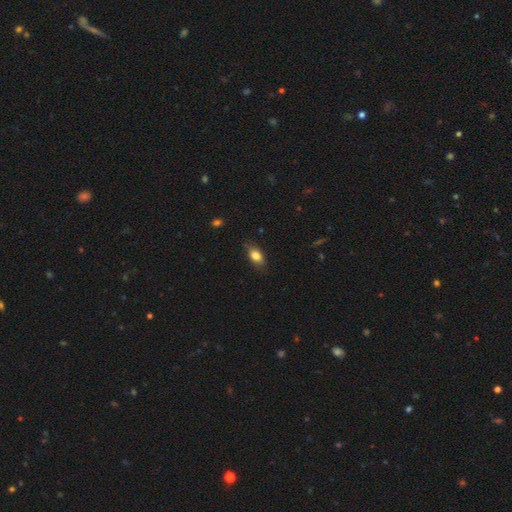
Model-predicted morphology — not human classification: Smooth or featured? smooth (81%)
How rounded? in between (85%)
Merging? none (79%)